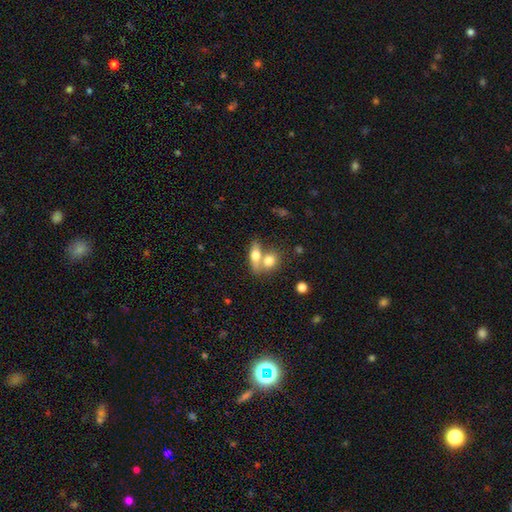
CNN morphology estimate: Smooth or featured? Predicted: smooth (p=0.68). How rounded? Predicted: in between (p=0.69). Merging? Predicted: merger (p=0.57).